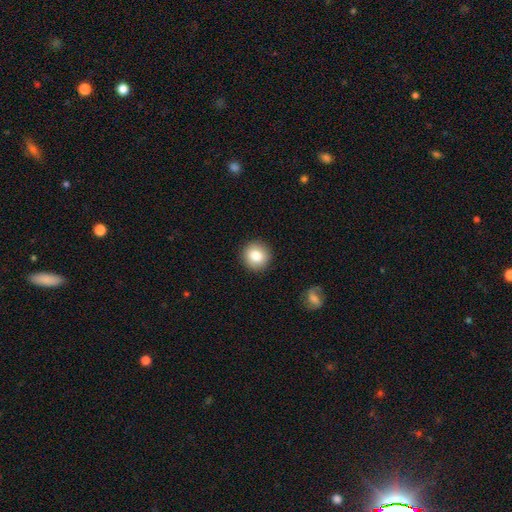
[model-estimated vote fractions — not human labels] smooth 82%, featured or disk 9%, star or artifact 9%. Down the decision tree: how rounded — round (93%); merging — none (92%).